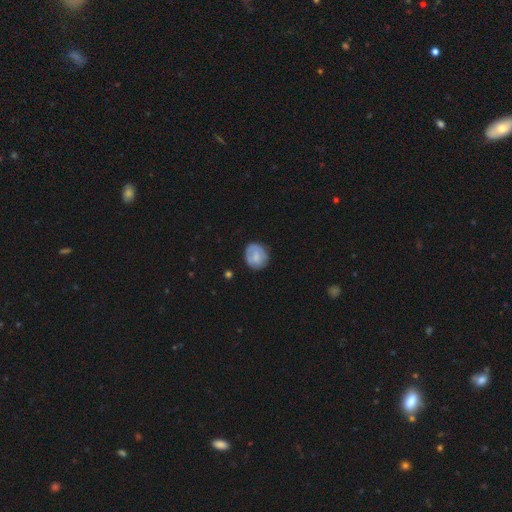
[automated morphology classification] Smooth or featured: smooth — 66% (featured or disk — 27%)
How rounded: round — 76% (in between — 23%)
Merging: none — 75% (minor disturbance — 18%)